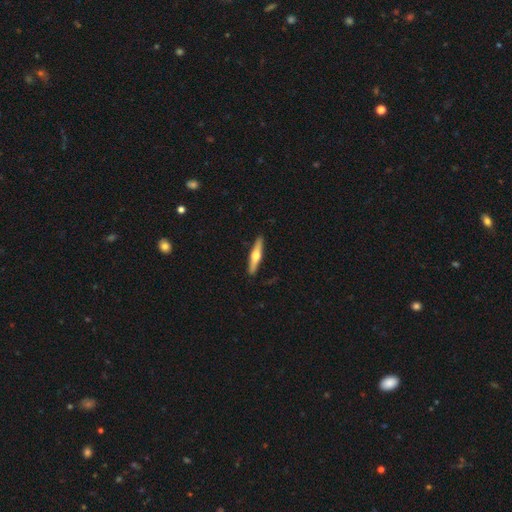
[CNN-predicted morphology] type=featured or disk (57%); edge-on=yes (95%); edge-on bulge=rounded (94%); merging=none (91%).